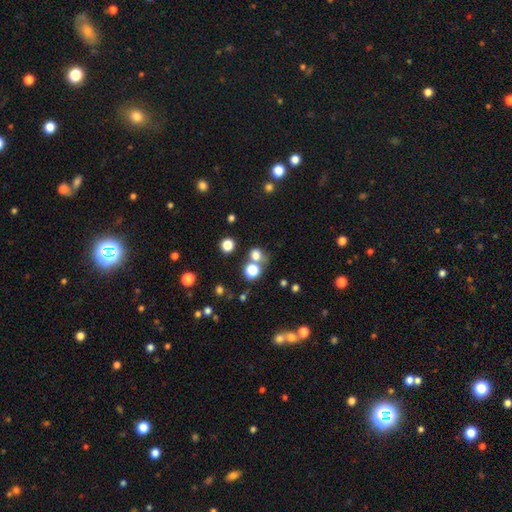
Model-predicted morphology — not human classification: A smooth galaxy with no disk features (72%) that is round (82%).

Vote fractions:
- Smooth or featured? smooth: 72% / star or artifact: 20% / featured or disk: 8%
- How rounded? round: 82% / in between: 17% / cigar-shaped: 1%
- Merging? none: 60% / merger: 27% / minor disturbance: 9% / major disturbance: 5%